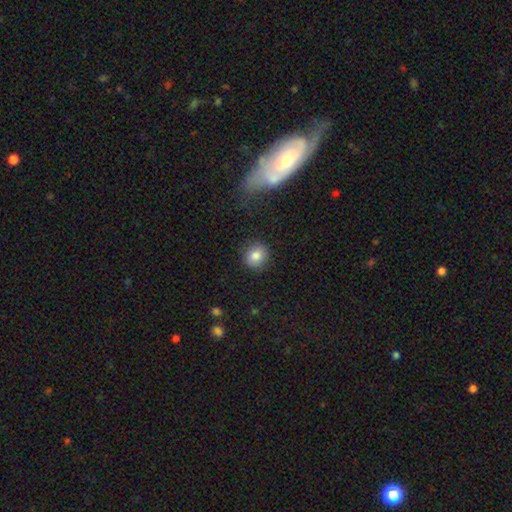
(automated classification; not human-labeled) Smooth or featured? Predicted: smooth (p=0.83). How rounded? Predicted: round (p=0.84). Merging? Predicted: none (p=0.86).